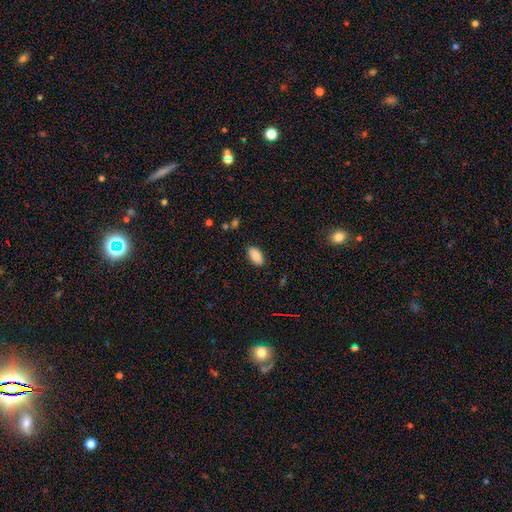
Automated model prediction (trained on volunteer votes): This appears to be a smooth galaxy with no disk features (88%) that is in between round and cigar-shaped (94%). Merging: none (86%).